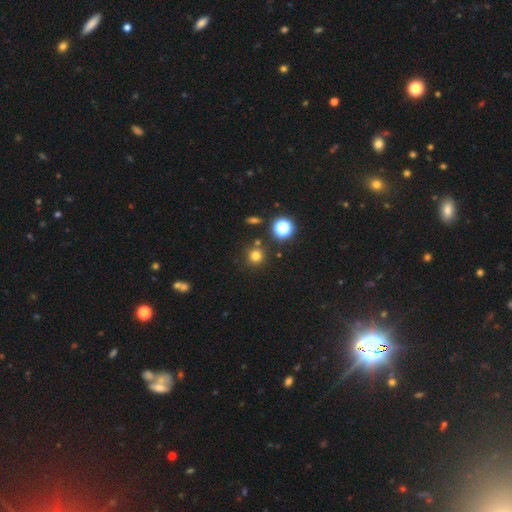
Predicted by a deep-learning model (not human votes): This is likely a smooth galaxy (75%). How rounded: clearly round (92%). Merging: clearly none (81%).